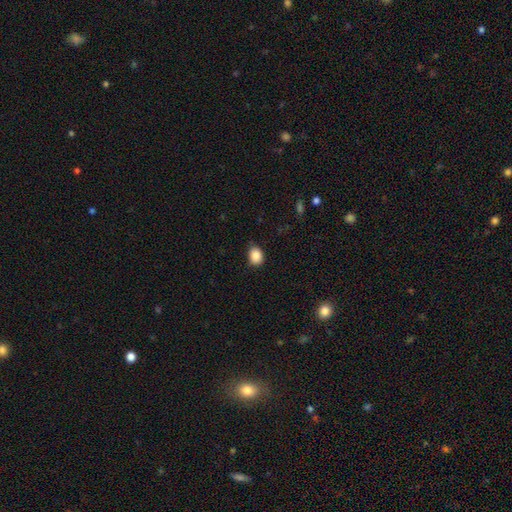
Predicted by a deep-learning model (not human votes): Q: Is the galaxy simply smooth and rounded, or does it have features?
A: smooth — 87%.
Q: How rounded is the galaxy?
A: in between — 50%.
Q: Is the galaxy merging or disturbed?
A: none — 74%.